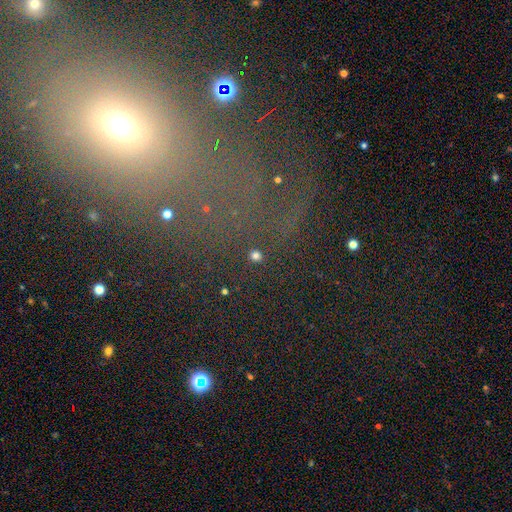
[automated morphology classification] smooth 72%, star or artifact 23%, featured or disk 5%. Down the decision tree: how rounded — round (88%); merging — none (90%).